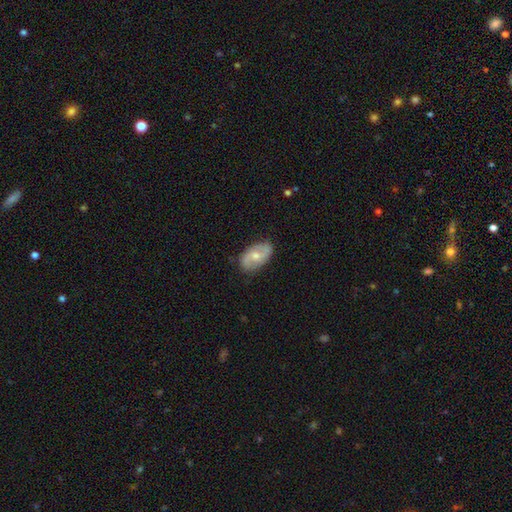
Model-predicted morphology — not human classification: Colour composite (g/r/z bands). It shows a featured or disk galaxy (56%) with no bar (49%), spiral arms (79%) and a moderate central bulge (59%). Merging: none (79%).